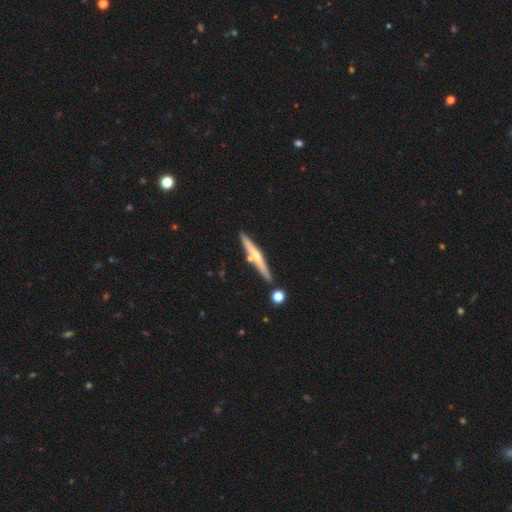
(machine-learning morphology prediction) Overall: featured or disk (55%; smooth 39%). Edge-on disk: yes (96%). Edge-on bulge: rounded (63%; none 32%). Merging: none (81%).